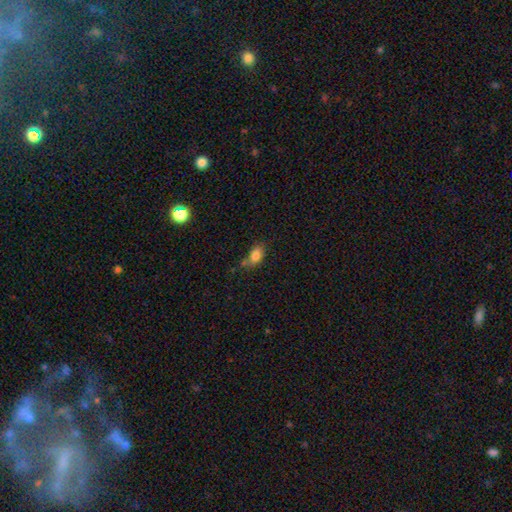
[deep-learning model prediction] Smooth or featured?
  - smooth: 81% *
  - star or artifact: 9%
  - featured or disk: 9%
How rounded?
  - in between: 85% *
  - round: 11%
  - cigar-shaped: 3%
Merging?
  - none: 50% *
  - minor disturbance: 28%
  - merger: 13%
  - major disturbance: 9%